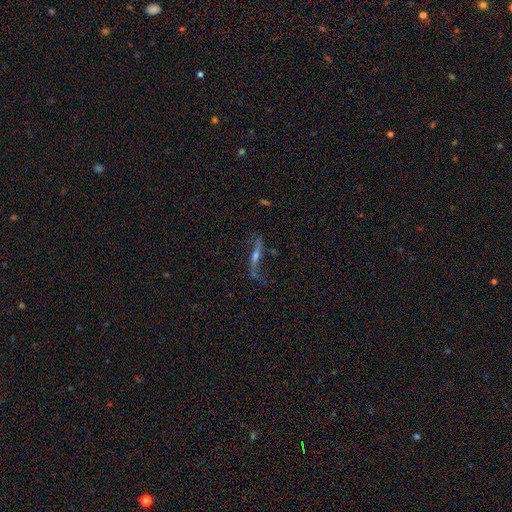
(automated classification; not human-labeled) smooth_or_featured: featured or disk (p=0.74) [alt: smooth p=0.16]
disk_edge_on: no (p=0.50) [tied with: yes p=0.50]
merging: none (p=0.58) [alt: minor disturbance p=0.21]